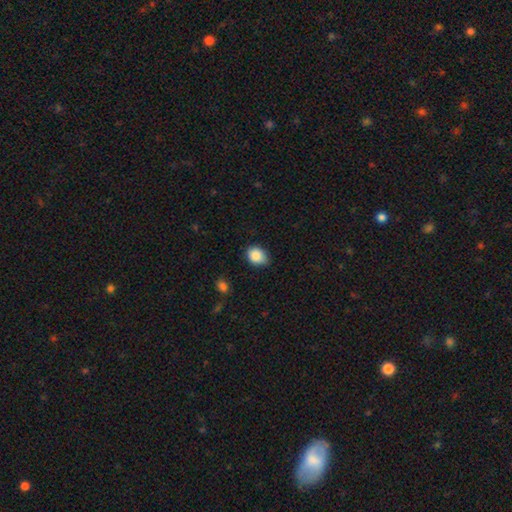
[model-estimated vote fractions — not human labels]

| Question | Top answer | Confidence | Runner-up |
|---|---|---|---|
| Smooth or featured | smooth | 87% | star or artifact (8%) |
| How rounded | in between | 63% | round (36%) |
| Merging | none | 73% | minor disturbance (23%) |